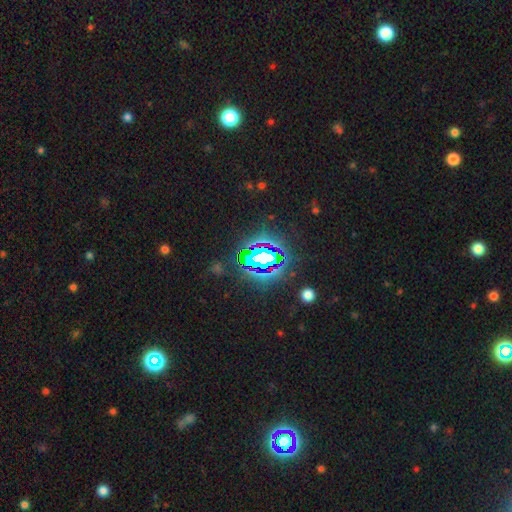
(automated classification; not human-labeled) Q: Smooth or featured?
A: star or artifact (81%); runner-up: smooth (11%)